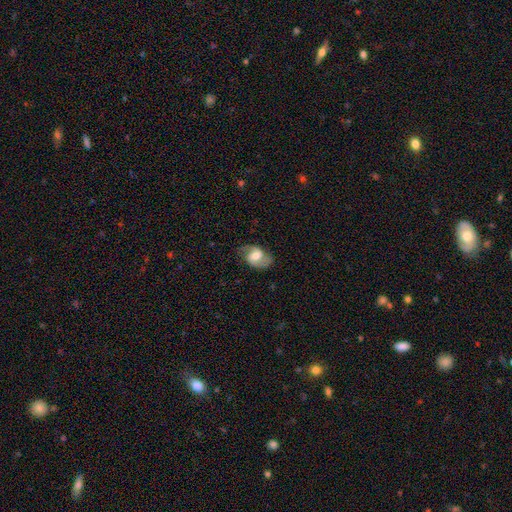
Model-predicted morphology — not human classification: This appears to be a featured or disk galaxy (75%) with a weak bar (50%), 2 (90%) medium (50%) spiral arms (93%) and a moderate central bulge (59%). Merging: none (77%).